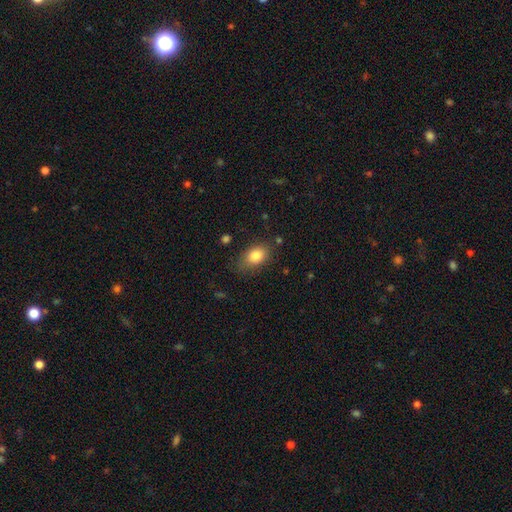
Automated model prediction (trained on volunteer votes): Smooth or featured: smooth — 83% (featured or disk — 8%)
How rounded: in between — 84% (round — 14%)
Merging: none — 74% (minor disturbance — 19%)